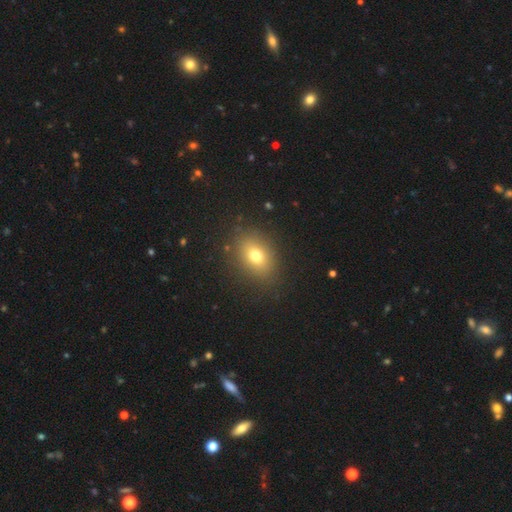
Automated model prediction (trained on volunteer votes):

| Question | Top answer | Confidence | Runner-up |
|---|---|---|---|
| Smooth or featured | smooth | 73% | star or artifact (14%) |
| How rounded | in between | 67% | round (31%) |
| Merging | none | 86% | minor disturbance (9%) |